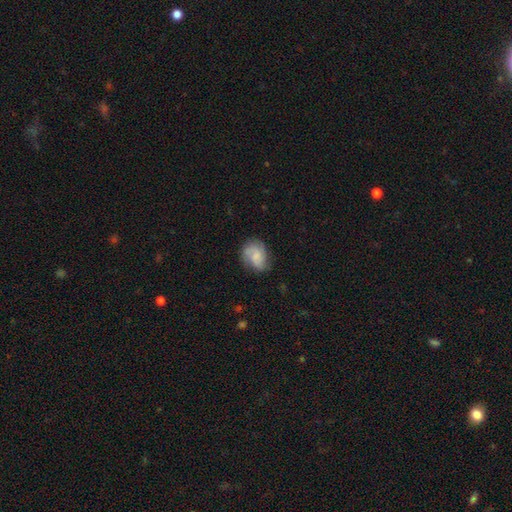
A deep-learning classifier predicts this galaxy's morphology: The model was most divided on "smooth or featured": smooth: 54%, featured or disk: 38%, star or artifact: 8%. More confident: merging — none (63%); how rounded — in between (58%).